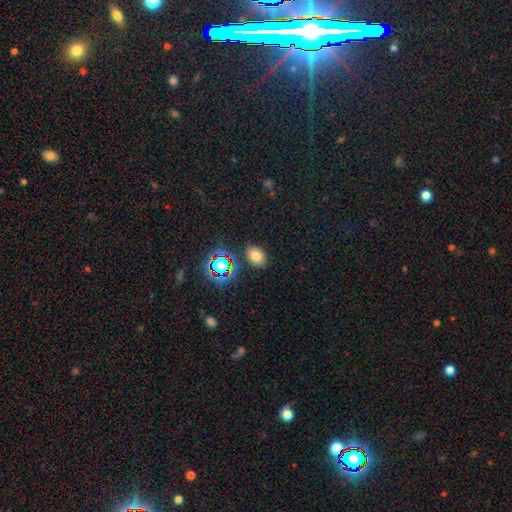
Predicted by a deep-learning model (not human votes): This is likely a smooth galaxy (72%). How rounded: likely in between (75%). Merging: clearly none (84%).